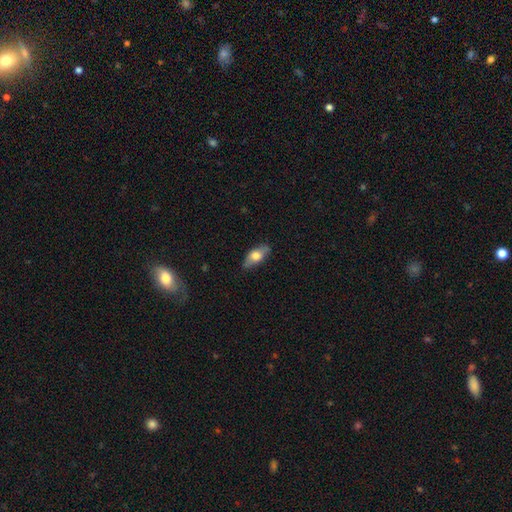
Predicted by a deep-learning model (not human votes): Smooth or featured? Predicted: smooth (p=0.61). How rounded? Predicted: in between (p=0.79). Merging? Predicted: none (p=0.80).